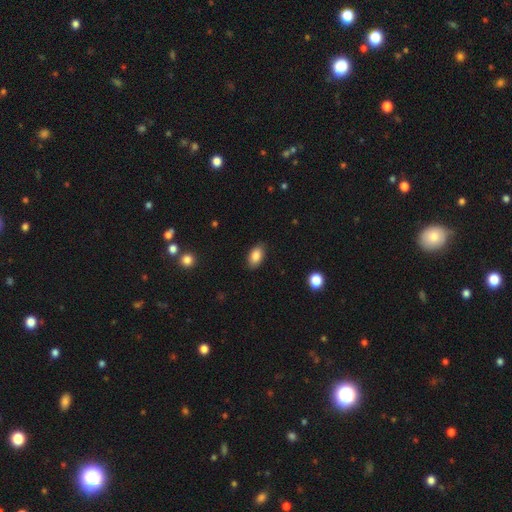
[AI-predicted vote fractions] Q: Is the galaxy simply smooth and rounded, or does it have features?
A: smooth — 86%.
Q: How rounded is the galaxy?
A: in between — 92%.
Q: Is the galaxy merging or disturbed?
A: none — 87%.